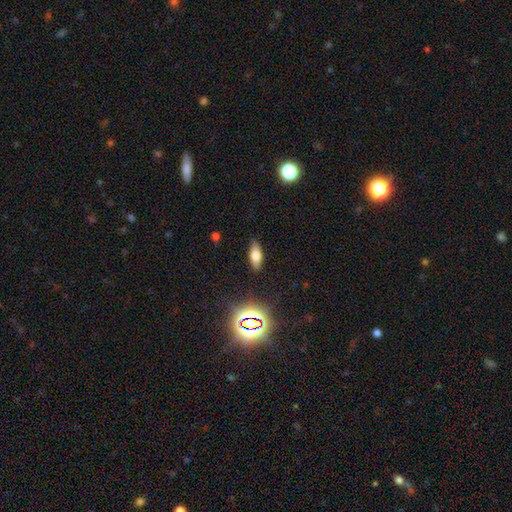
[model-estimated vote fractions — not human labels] Q: Smooth or featured?
A: smooth (62%); runner-up: featured or disk (23%)
Q: How rounded?
A: in between (71%); runner-up: cigar-shaped (25%)
Q: Merging?
A: none (86%); runner-up: minor disturbance (10%)